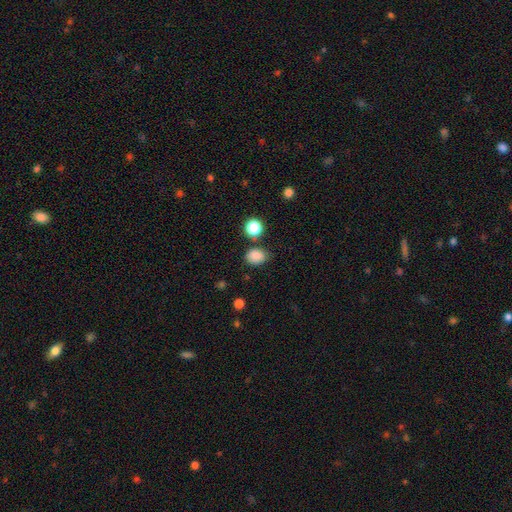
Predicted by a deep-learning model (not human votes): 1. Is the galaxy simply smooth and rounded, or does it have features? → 85% smooth, 11% star or artifact, 4% featured or disk.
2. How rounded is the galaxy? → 57% in between, 42% round, 1% cigar-shaped.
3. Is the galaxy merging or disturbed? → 75% none, 14% minor disturbance, 7% merger, 4% major disturbance.